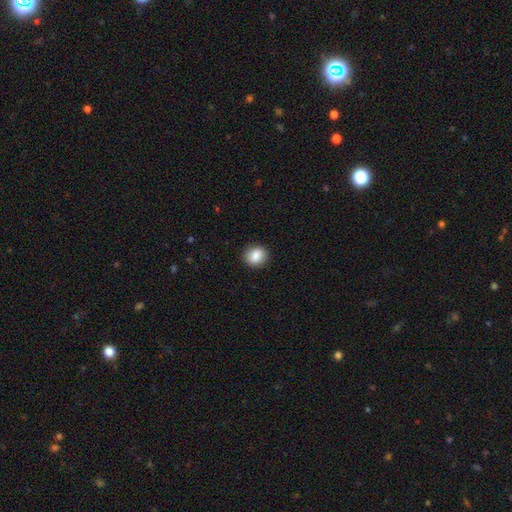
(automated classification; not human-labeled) Smooth or featured? smooth (86%)
How rounded? round (68%)
Merging? none (90%)